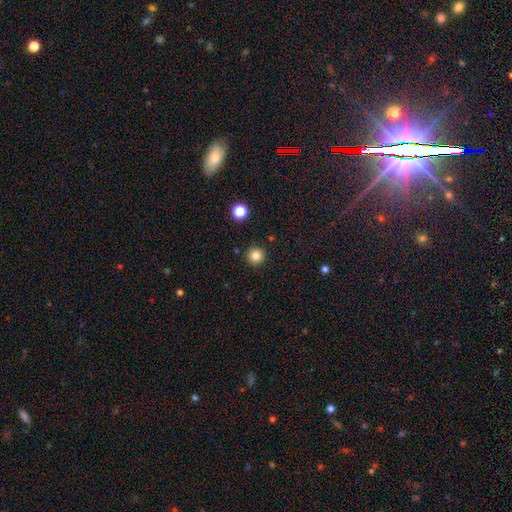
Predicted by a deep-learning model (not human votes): The model was most divided on "smooth or featured": smooth: 84%, star or artifact: 12%, featured or disk: 4%. More confident: how rounded — round (96%); merging — none (92%).